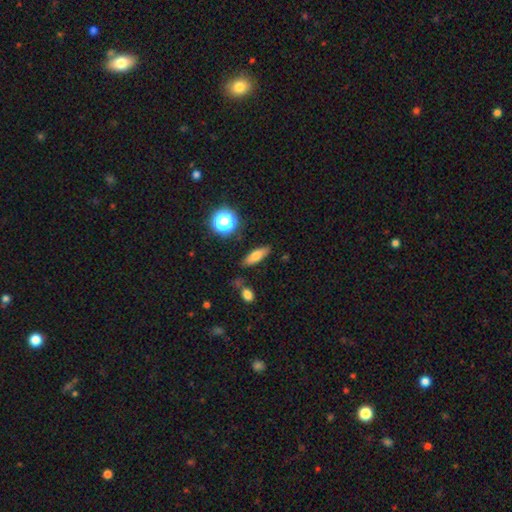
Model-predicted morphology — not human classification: type=smooth (69%); roundness=in between (52%); merging=none (80%).